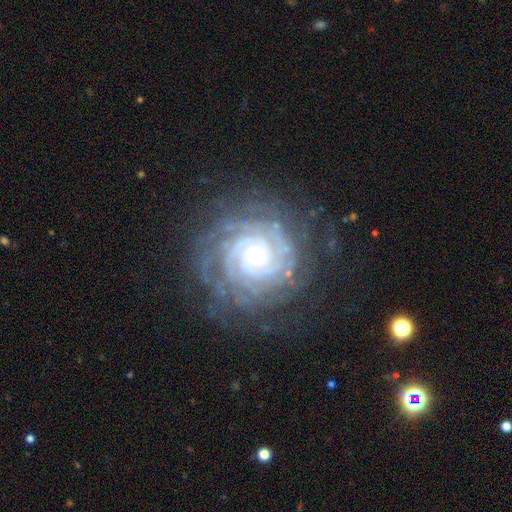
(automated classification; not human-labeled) Smooth or featured? Predicted: featured or disk (p=0.90). Edge-on disk? Predicted: no (p=0.98). Bar? Predicted: no (p=0.75). Spiral arms? Predicted: yes (p=0.98). Spiral winding? Predicted: tight (p=0.86). Spiral arm count? Predicted: can't tell (p=0.22). Bulge size? Predicted: small (p=0.63). Merging? Predicted: none (p=0.79).